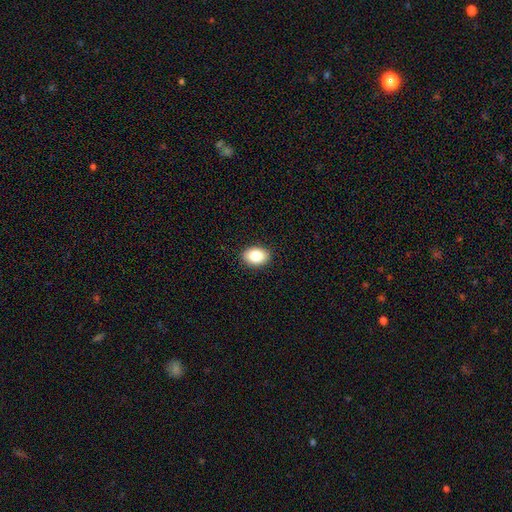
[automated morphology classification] Smooth or featured? smooth (87%)
How rounded? in between (84%)
Merging? none (90%)